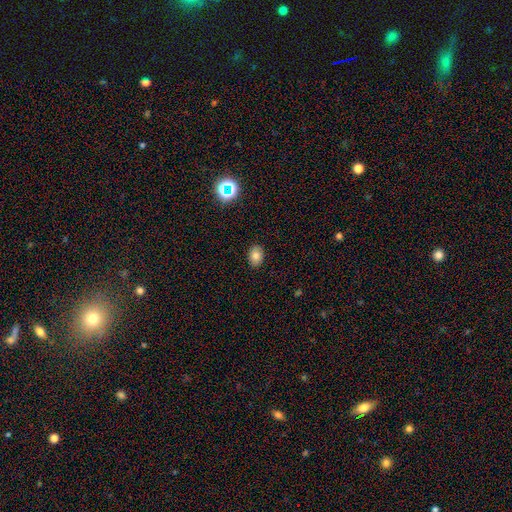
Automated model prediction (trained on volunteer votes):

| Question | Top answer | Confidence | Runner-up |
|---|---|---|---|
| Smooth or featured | smooth | 78% | star or artifact (11%) |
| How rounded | in between | 73% | round (26%) |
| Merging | none | 89% | minor disturbance (8%) |